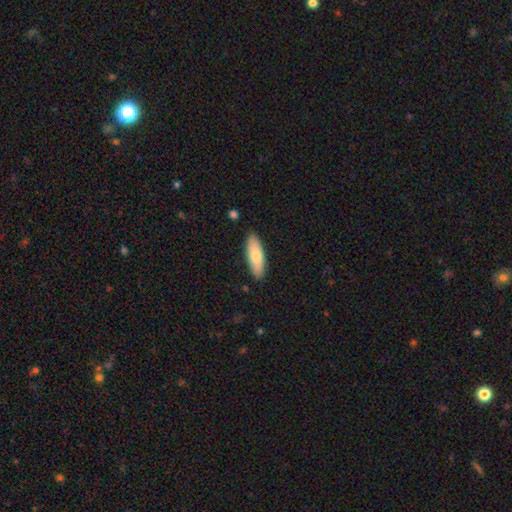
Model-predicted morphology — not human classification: Overall: smooth (76%). How rounded: in between (58%; cigar-shaped 41%). Merging: none (87%).